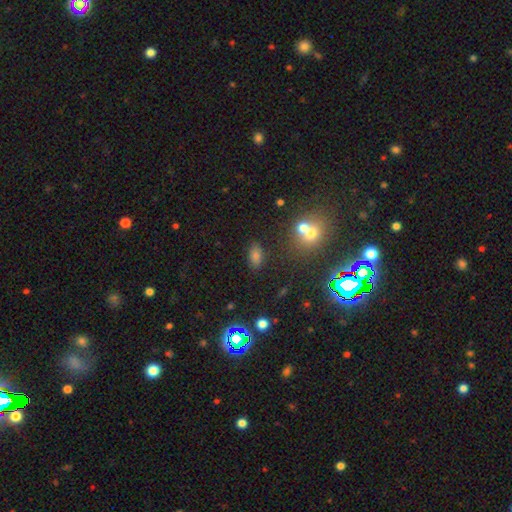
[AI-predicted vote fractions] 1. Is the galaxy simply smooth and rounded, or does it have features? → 63% smooth, 27% star or artifact, 9% featured or disk.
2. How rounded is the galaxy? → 87% in between, 9% round, 3% cigar-shaped.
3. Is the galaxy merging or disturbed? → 80% none, 10% minor disturbance, 7% merger, 3% major disturbance.